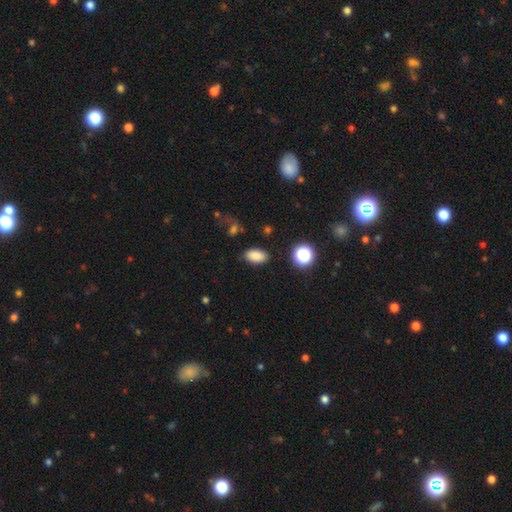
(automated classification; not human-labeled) A smooth galaxy with no disk features (84%) that is in between round and cigar-shaped (91%). Merging: none (85%).